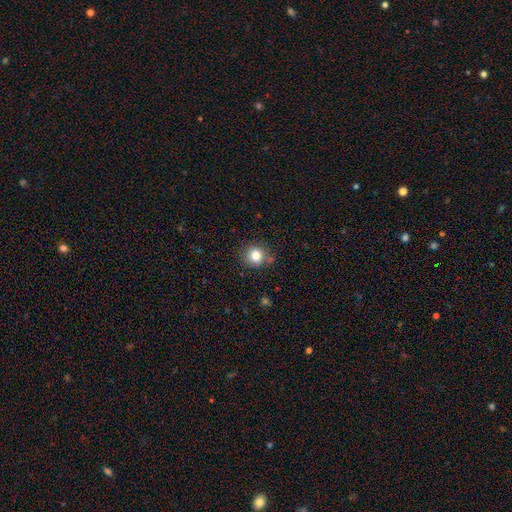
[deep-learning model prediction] This appears to be a smooth galaxy with no disk features (81%) that is round (91%). Merging: none (81%).